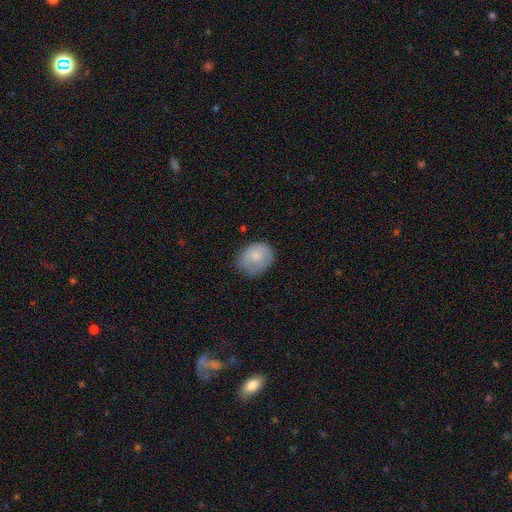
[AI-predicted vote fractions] The model was most divided on "how rounded": round: 59%, in between: 41%, cigar-shaped: 1%. More confident: smooth or featured — smooth (75%); merging — none (66%).